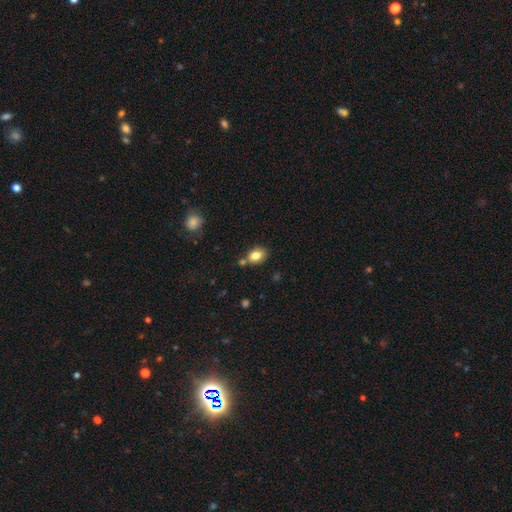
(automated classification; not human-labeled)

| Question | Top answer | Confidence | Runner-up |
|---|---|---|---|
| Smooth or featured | smooth | 82% | star or artifact (9%) |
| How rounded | in between | 74% | round (25%) |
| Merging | none | 64% | minor disturbance (16%) |